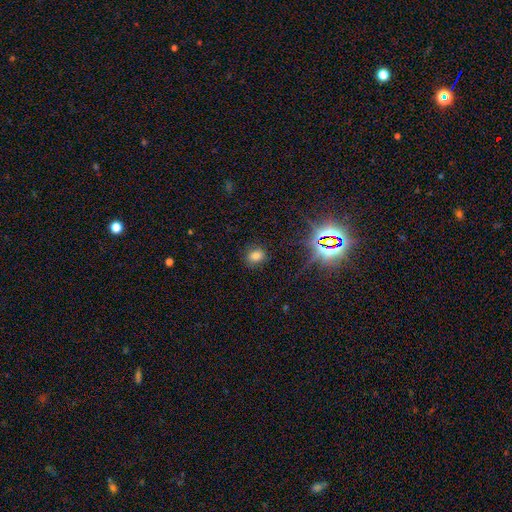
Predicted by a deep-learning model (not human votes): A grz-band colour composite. It shows a smooth galaxy with no disk features (71%) that is round (62%). Merging: none (86%).